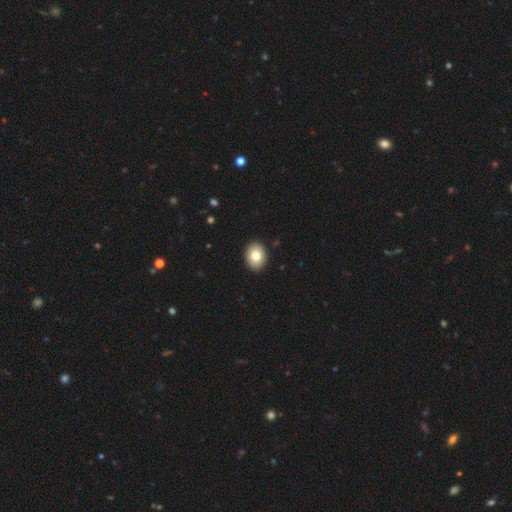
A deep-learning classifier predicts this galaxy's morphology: Q: Smooth or featured?
A: smooth (79%); runner-up: featured or disk (13%)
Q: How rounded?
A: in between (58%); runner-up: round (41%)
Q: Merging?
A: none (92%); runner-up: minor disturbance (6%)